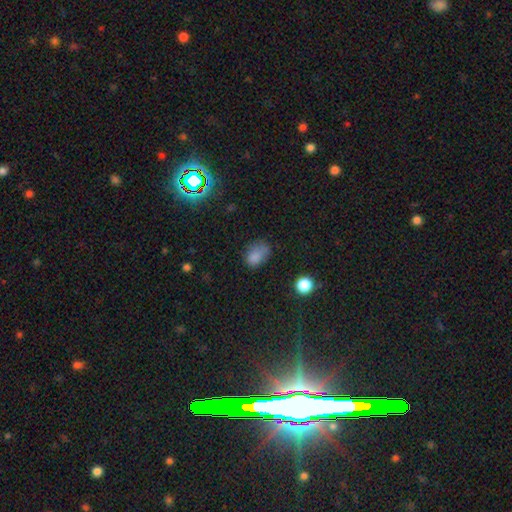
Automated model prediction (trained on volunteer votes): Smooth or featured? Predicted: smooth (p=0.78). How rounded? Predicted: in between (p=0.75). Merging? Predicted: none (p=0.50).